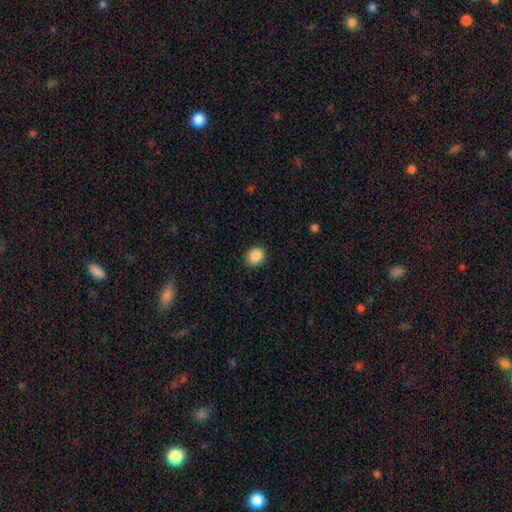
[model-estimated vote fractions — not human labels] This appears to be a smooth galaxy with no disk features (89%) that is round (58%). Merging: none (88%).